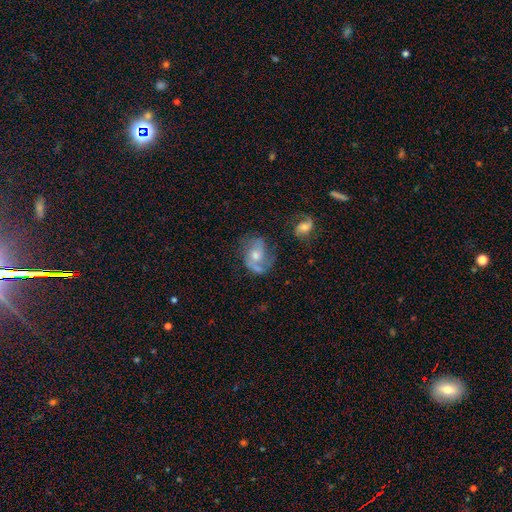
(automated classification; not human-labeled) Smooth or featured? Predicted: featured or disk (p=0.75). Edge-on disk? Predicted: no (p=0.97). Bar? Predicted: no (p=0.63). Spiral arms? Predicted: yes (p=0.89). Spiral winding? Predicted: medium (p=0.47). Spiral arm count? Predicted: 2 (p=0.69). Bulge size? Predicted: moderate (p=0.64). Merging? Predicted: none (p=0.55).